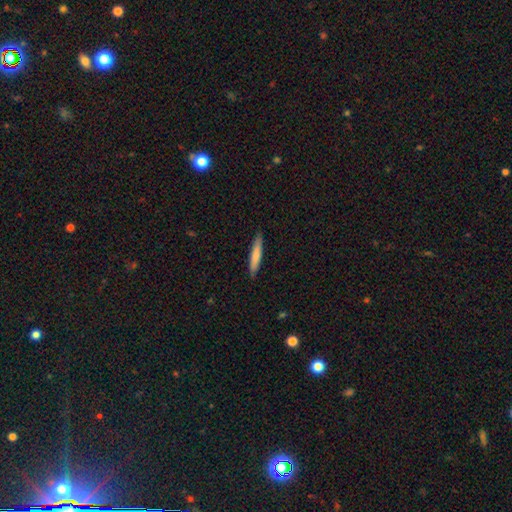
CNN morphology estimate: Smooth or featured? Predicted: smooth (p=0.73). How rounded? Predicted: cigar-shaped (p=0.92). Merging? Predicted: none (p=0.89).